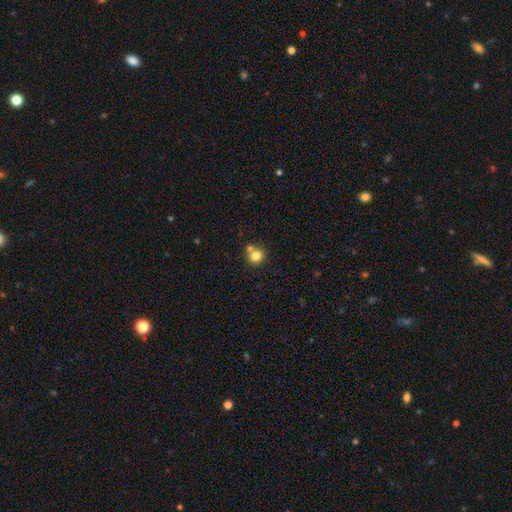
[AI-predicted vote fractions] smooth_or_featured: smooth (p=0.80) [alt: star or artifact p=0.11]
how_rounded: round (p=0.89) [alt: in between p=0.10]
merging: none (p=0.60) [alt: merger p=0.29]